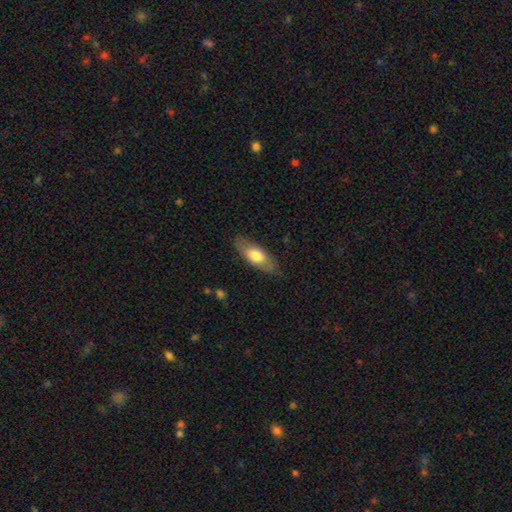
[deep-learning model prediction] This appears to be a smooth galaxy with no disk features (67%) that is in between round and cigar-shaped (74%). Merging: none (81%).